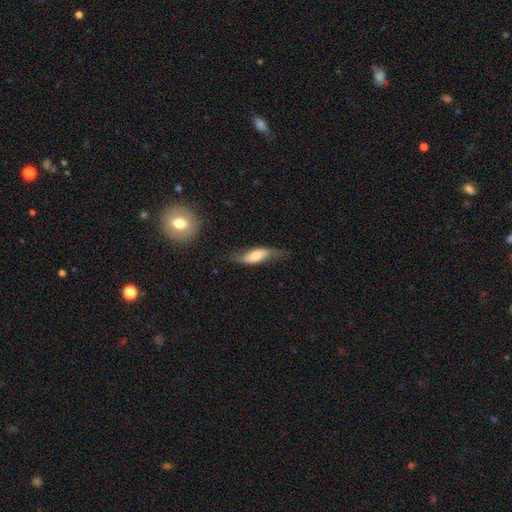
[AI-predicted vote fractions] This appears to be a smooth galaxy with no disk features (54%) that is in between round and cigar-shaped (60%). Merging: none (52%).